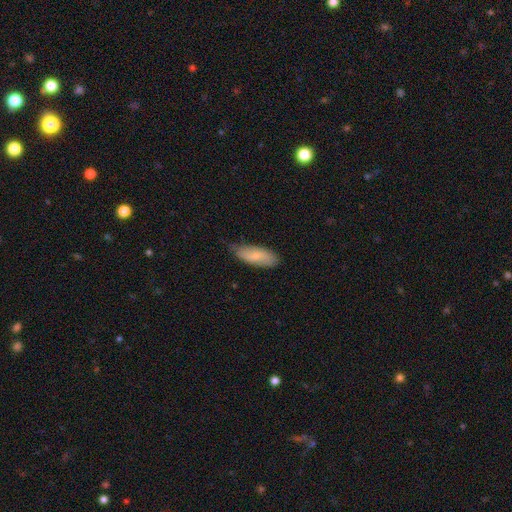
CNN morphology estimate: Smooth or featured: smooth — 71% (featured or disk — 23%)
How rounded: in between — 77% (cigar-shaped — 21%)
Merging: none — 67% (minor disturbance — 28%)